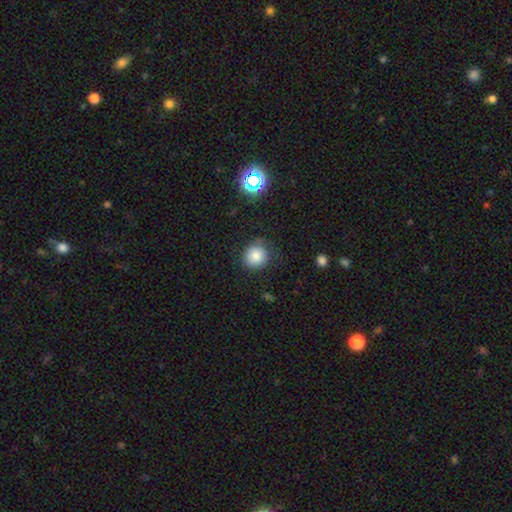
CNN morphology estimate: Smooth or featured: smooth — 80% (star or artifact — 12%)
How rounded: round — 87% (in between — 12%)
Merging: none — 75% (minor disturbance — 17%)